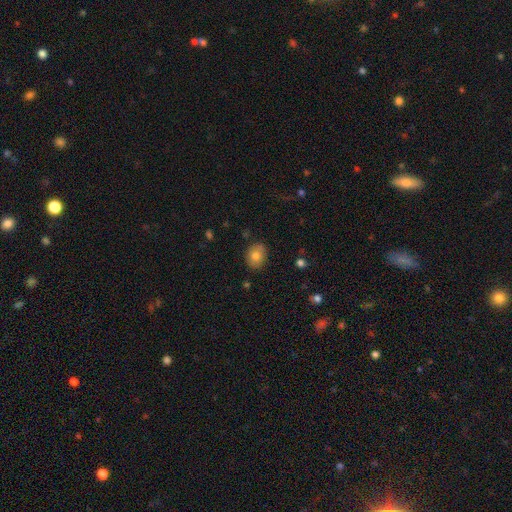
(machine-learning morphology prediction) This appears to be a smooth galaxy with no disk features (79%) that is in between round and cigar-shaped (58%). Merging: none (83%).